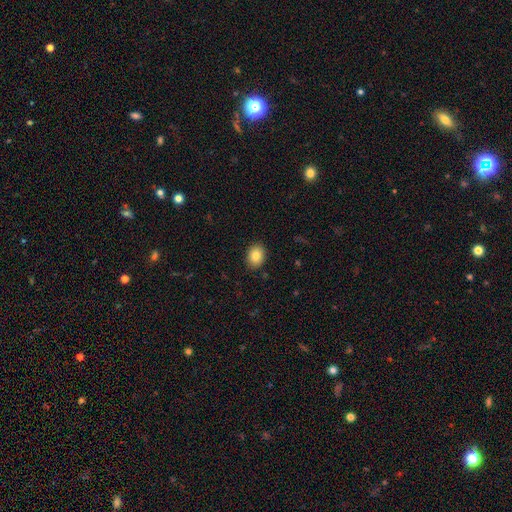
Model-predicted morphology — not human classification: This appears to be a smooth galaxy with no disk features (83%) that is in between round and cigar-shaped (58%). Merging: none (89%).